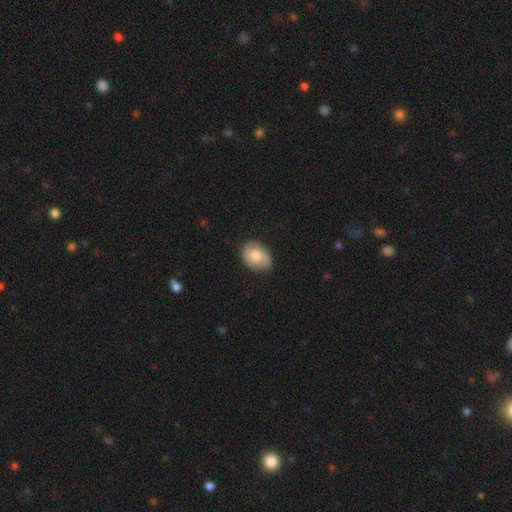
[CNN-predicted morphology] The model was most divided on "how rounded": in between: 67%, round: 32%, cigar-shaped: 1%. More confident: merging — none (83%); smooth or featured — smooth (75%).